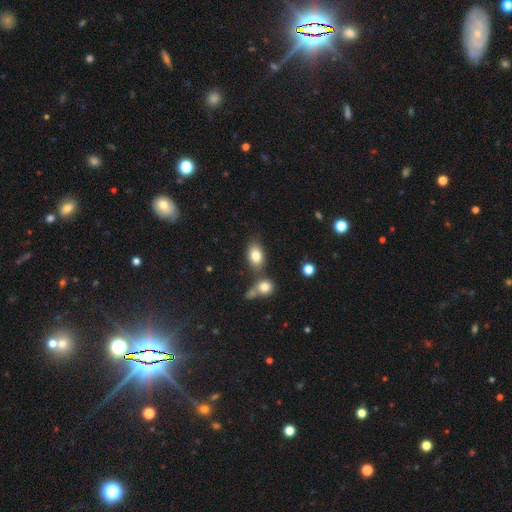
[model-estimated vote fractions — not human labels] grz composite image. It shows a smooth galaxy with no disk features (80%) that is in between round and cigar-shaped (87%). Merging: none (62%).